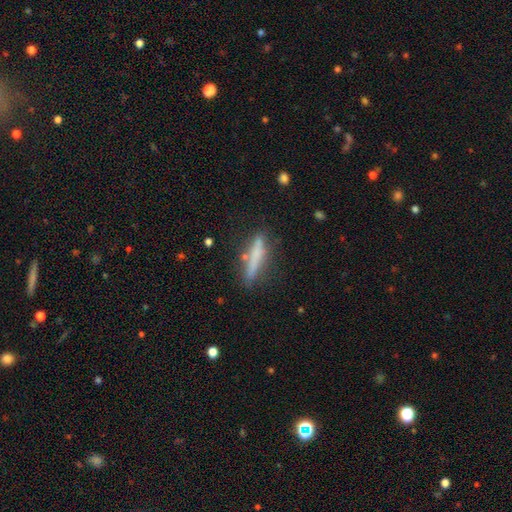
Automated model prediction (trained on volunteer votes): Q: Smooth or featured?
A: smooth (57%); runner-up: featured or disk (34%)
Q: How rounded?
A: cigar-shaped (89%); runner-up: in between (9%)
Q: Merging?
A: none (75%); runner-up: minor disturbance (16%)